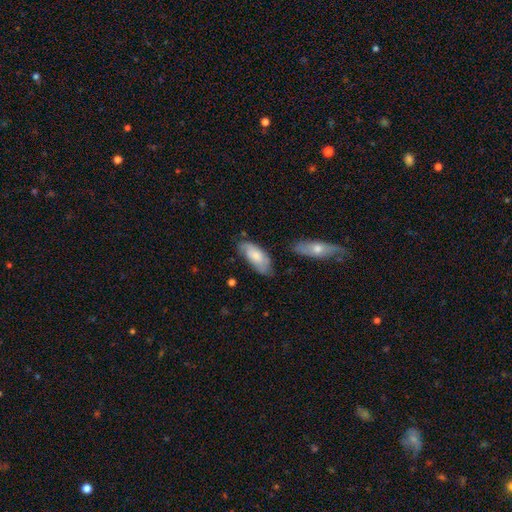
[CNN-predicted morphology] smooth-or-featured: smooth: 66% | featured or disk: 28% | star or artifact: 6%
  how-rounded: in between: 85% | cigar-shaped: 13% | round: 2%
  merging: none: 60% | minor disturbance: 28% | major disturbance: 8% | merger: 5%